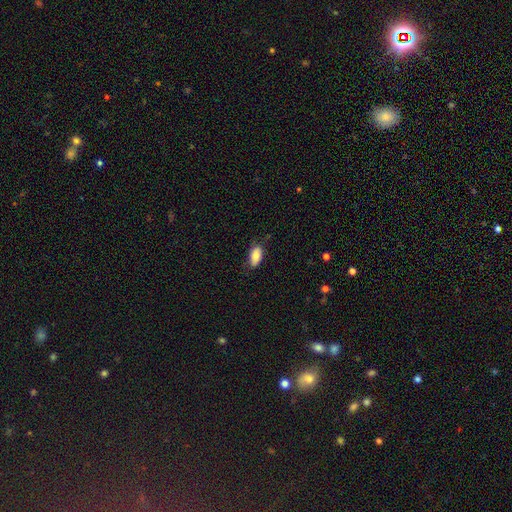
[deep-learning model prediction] Smooth or featured? Predicted: smooth (p=0.83). How rounded? Predicted: in between (p=0.91). Merging? Predicted: none (p=0.73).